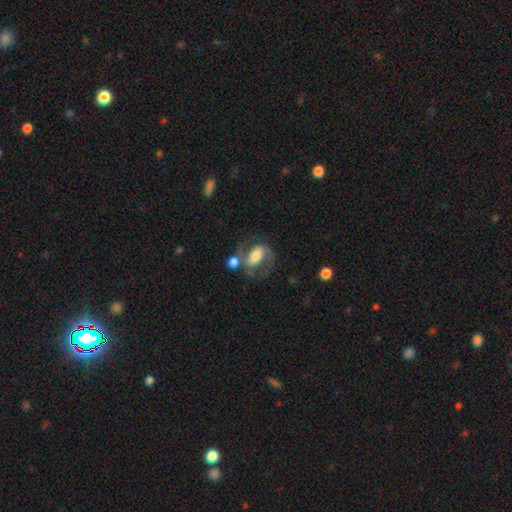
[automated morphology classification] Overall: featured or disk (63%; smooth 30%). Edge-on disk: no (95%). Bar: strong (39%; weak 34%). Spiral arms: yes (82%). Bulge size: moderate (50%; large 25%). Merging: none (42%; merger 25%).